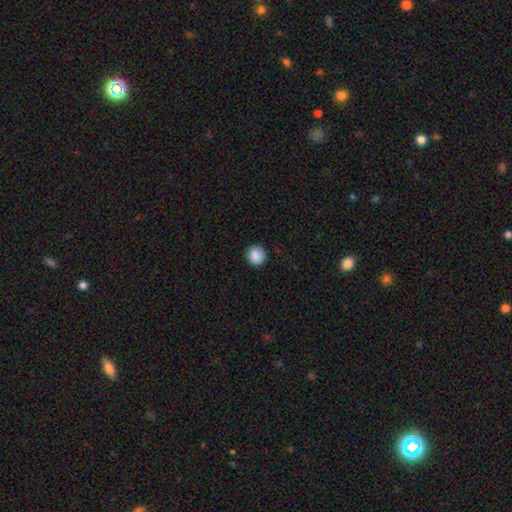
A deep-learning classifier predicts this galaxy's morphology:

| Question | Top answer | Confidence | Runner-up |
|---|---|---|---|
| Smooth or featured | smooth | 89% | star or artifact (8%) |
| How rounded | round | 94% | in between (5%) |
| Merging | none | 90% | minor disturbance (7%) |